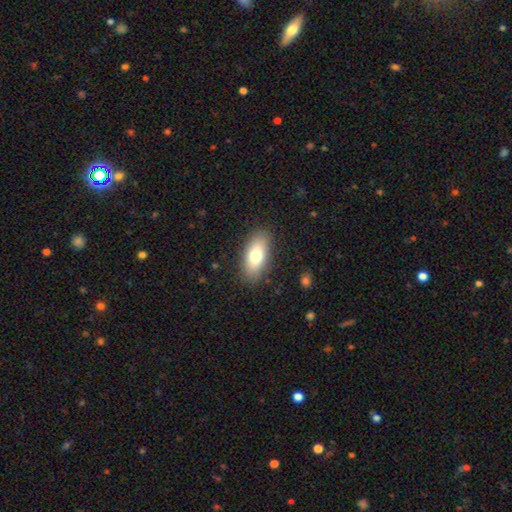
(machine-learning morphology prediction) Smooth or featured: smooth — 75% (featured or disk — 18%)
How rounded: in between — 85% (cigar-shaped — 12%)
Merging: none — 86% (minor disturbance — 10%)